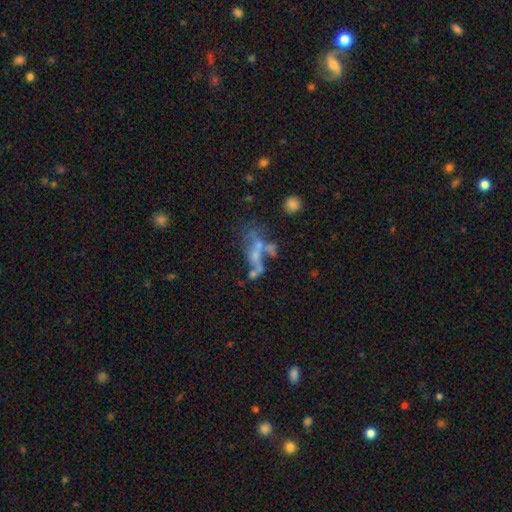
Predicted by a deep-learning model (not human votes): The model was most divided on "merging": merger: 44%, major disturbance: 27%, none: 20%, minor disturbance: 9%. More confident: edge-on disk — no (94%); smooth or featured — featured or disk (51%).